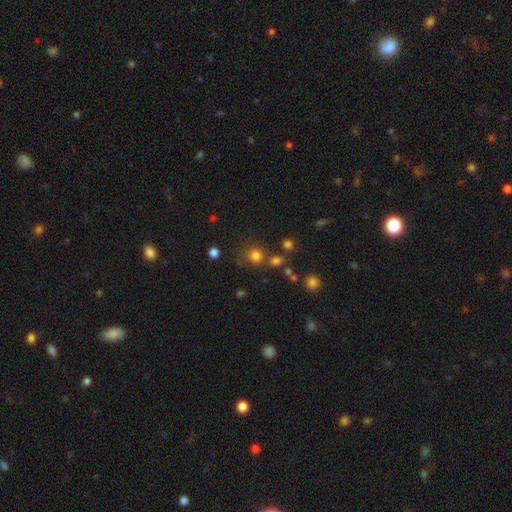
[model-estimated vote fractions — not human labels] This appears to be a smooth galaxy with no disk features (77%) that is round (89%). Merging: none (72%).